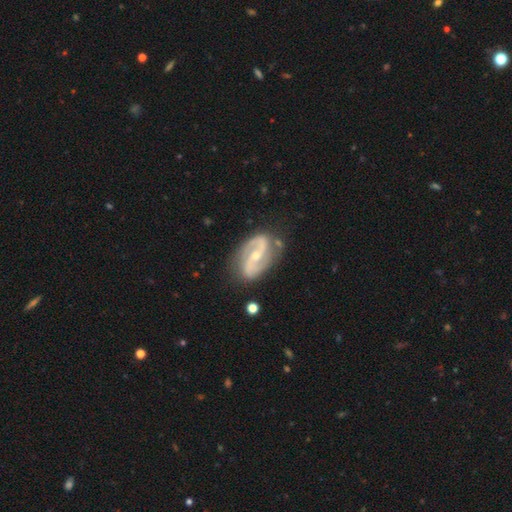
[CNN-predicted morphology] smooth-or-featured: featured or disk: 90% | smooth: 6% | star or artifact: 4%
  disk-edge-on: no: 97% | yes: 3%
    bar: strong: 35% (tied) | weak: 35% (tied) | no: 30%
    has-spiral-arms: yes: 96% | no: 4%
      spiral-winding: medium: 49% | loose: 28% | tight: 22%
      spiral-arm-count: 2: 93% | can't tell: 3% | 3: 1% | 1: 1% | 4: 1% | more than 4: 1%
    bulge-size: small: 54% | moderate: 43% | large: 1% | none: 1% | dominant: 1%
  merging: none: 79% | minor disturbance: 15% | major disturbance: 4% | merger: 2%